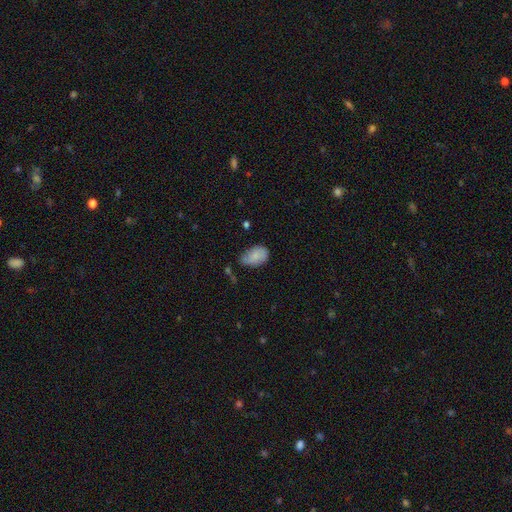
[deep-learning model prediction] The model was most divided on "merging": none: 53%, minor disturbance: 35%, major disturbance: 8%, merger: 4%. More confident: how rounded — in between (91%); smooth or featured — smooth (82%).